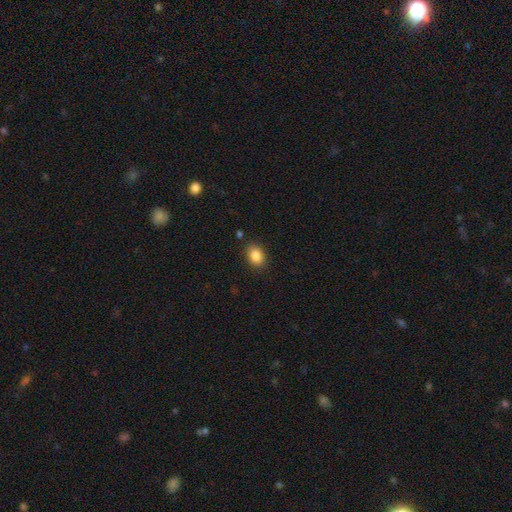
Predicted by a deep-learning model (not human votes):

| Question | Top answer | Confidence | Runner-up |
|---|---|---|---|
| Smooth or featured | smooth | 87% | star or artifact (9%) |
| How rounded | in between | 71% | round (28%) |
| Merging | none | 85% | minor disturbance (10%) |